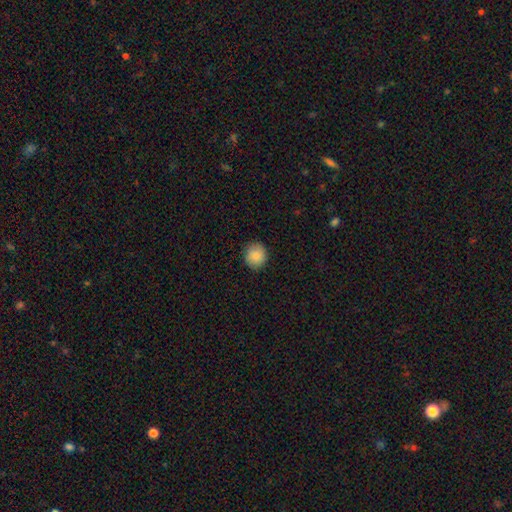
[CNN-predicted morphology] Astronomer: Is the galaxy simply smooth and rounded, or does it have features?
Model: smooth — 87%.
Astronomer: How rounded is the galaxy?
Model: round — 89%.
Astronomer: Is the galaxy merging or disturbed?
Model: none — 89%.